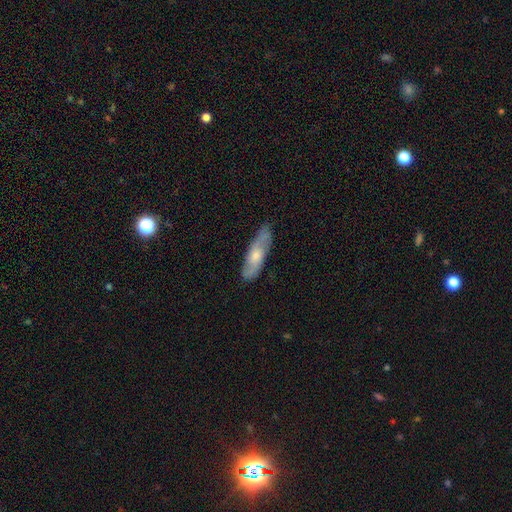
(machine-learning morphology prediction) Smooth or featured? featured or disk (54%)
Edge-on disk? no (65%)
Merging? none (77%)